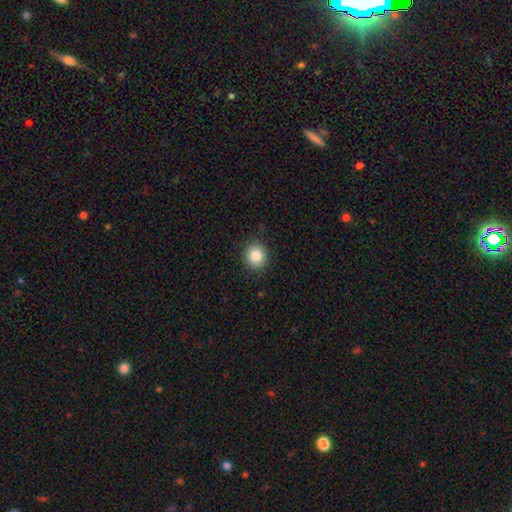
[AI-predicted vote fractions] Morphology: type=smooth (85%); roundness=round (87%); merging=none (90%).